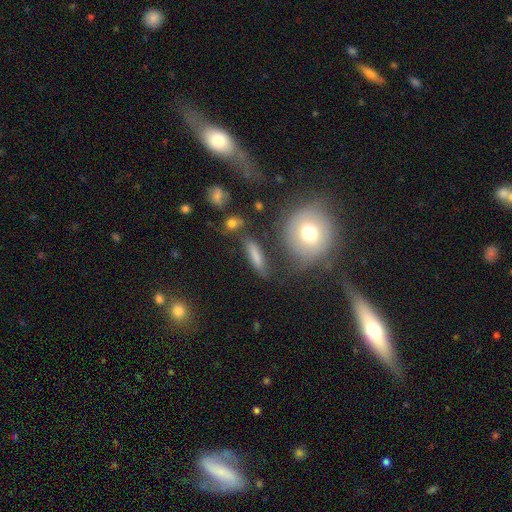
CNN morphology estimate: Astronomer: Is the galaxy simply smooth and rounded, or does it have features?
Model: smooth — 72%.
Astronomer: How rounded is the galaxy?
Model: cigar-shaped — 69%.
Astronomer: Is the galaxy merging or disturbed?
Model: none — 67%.